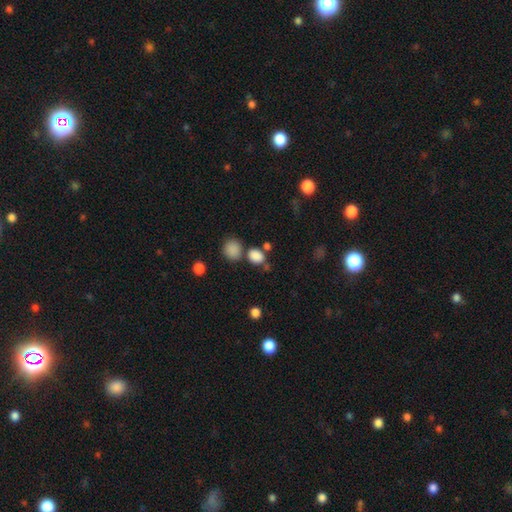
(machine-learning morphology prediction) Q: Smooth or featured?
A: smooth (84%); runner-up: star or artifact (11%)
Q: How rounded?
A: in between (49%); tied with: round (49%)
Q: Merging?
A: none (63%); runner-up: merger (20%)